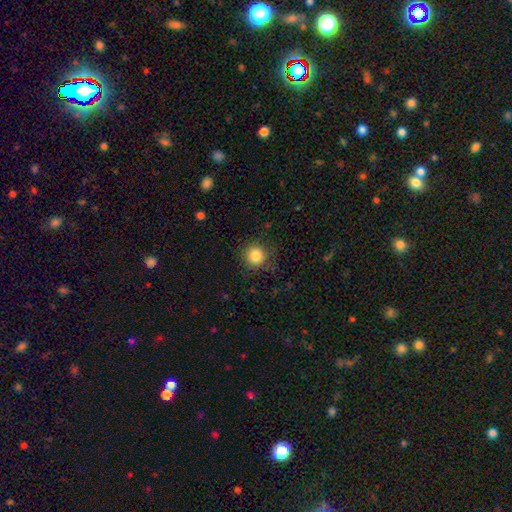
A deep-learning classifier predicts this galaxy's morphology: Q: Smooth or featured?
A: smooth (84%); runner-up: star or artifact (10%)
Q: How rounded?
A: round (93%); runner-up: in between (6%)
Q: Merging?
A: none (85%); runner-up: minor disturbance (10%)